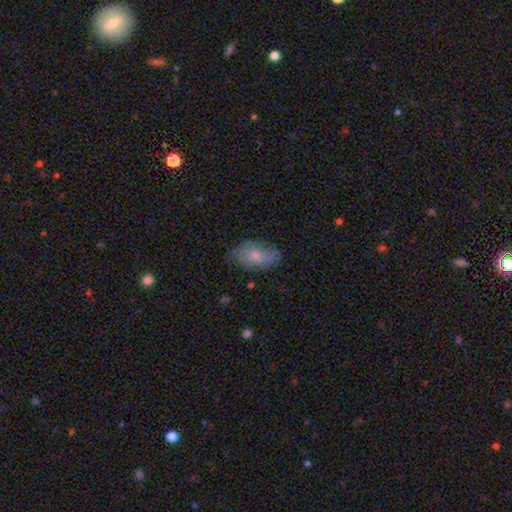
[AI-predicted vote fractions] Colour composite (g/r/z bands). It shows a smooth galaxy with no disk features (62%) that is in between round and cigar-shaped (91%). Merging: none (67%).